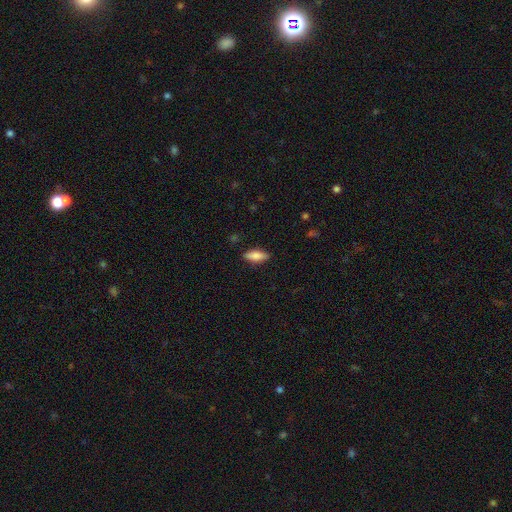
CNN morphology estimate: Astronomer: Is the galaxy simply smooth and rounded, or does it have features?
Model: smooth — 77%.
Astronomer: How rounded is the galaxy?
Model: in between — 68%.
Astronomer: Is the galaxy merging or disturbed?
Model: none — 86%.